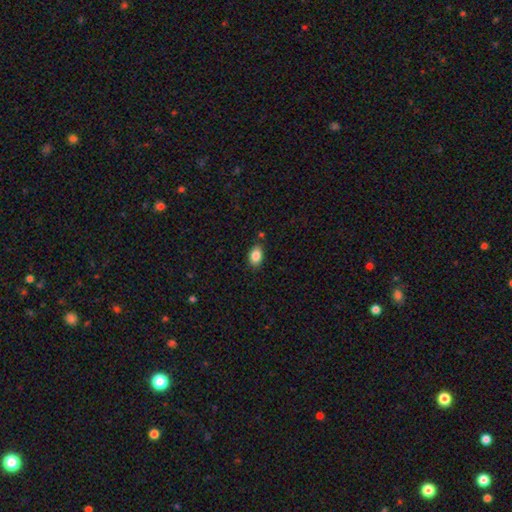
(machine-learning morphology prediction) Smooth or featured? Predicted: smooth (p=0.86). How rounded? Predicted: in between (p=0.86). Merging? Predicted: none (p=0.82).